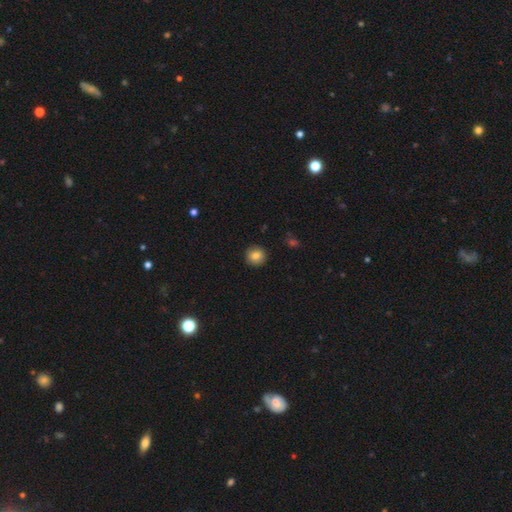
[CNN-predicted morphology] Smooth or featured?
  - smooth: 83% *
  - star or artifact: 9%
  - featured or disk: 8%
How rounded?
  - round: 94% *
  - in between: 5%
  - cigar-shaped: 1%
Merging?
  - none: 91% *
  - minor disturbance: 6%
  - major disturbance: 2%
  - merger: 1%